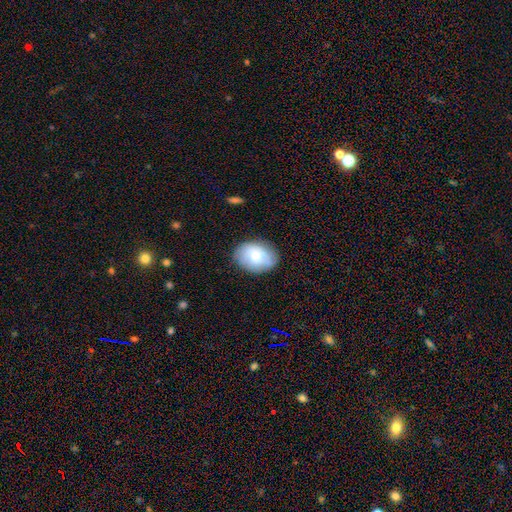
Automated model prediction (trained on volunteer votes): Smooth or featured? Predicted: smooth (p=0.69). How rounded? Predicted: in between (p=0.75). Merging? Predicted: none (p=0.79).